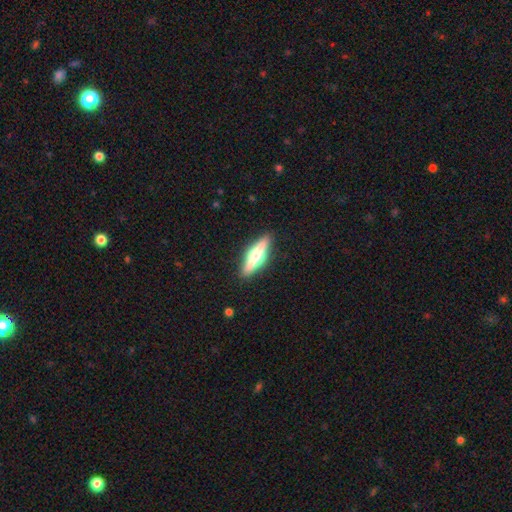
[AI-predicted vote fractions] Smooth or featured: featured or disk — 68% (smooth — 27%)
Edge-on disk: yes — 96% (no — 4%)
Edge-on bulge: rounded — 94% (boxy — 4%)
Merging: none — 90% (minor disturbance — 7%)